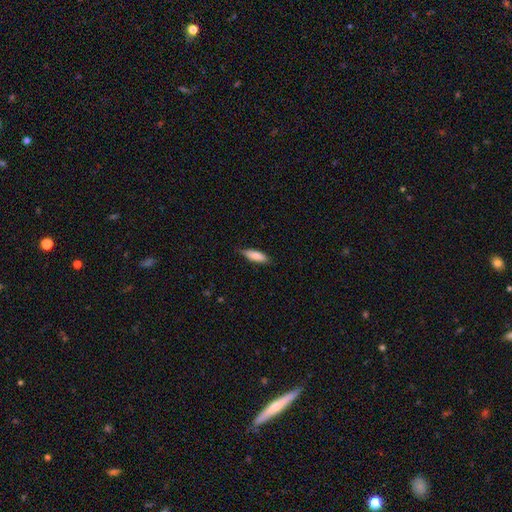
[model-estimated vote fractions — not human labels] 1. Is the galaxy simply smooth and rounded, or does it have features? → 85% smooth, 9% featured or disk, 6% star or artifact.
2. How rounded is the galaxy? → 52% in between, 47% cigar-shaped, 2% round.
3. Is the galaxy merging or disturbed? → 78% none, 18% minor disturbance, 3% major disturbance, 1% merger.